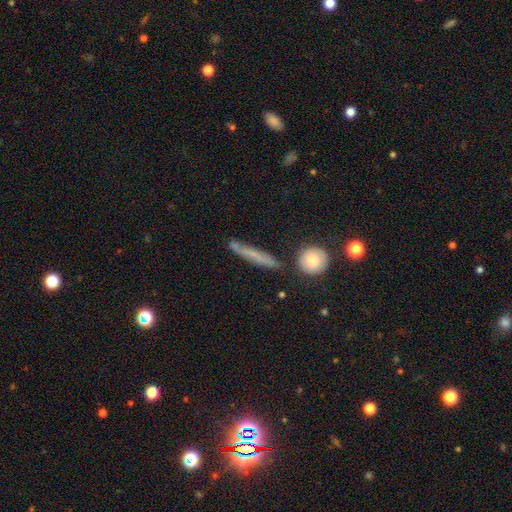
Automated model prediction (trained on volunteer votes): This is possibly a smooth galaxy (54%). How rounded: clearly cigar-shaped (90%). Merging: likely none (75%).